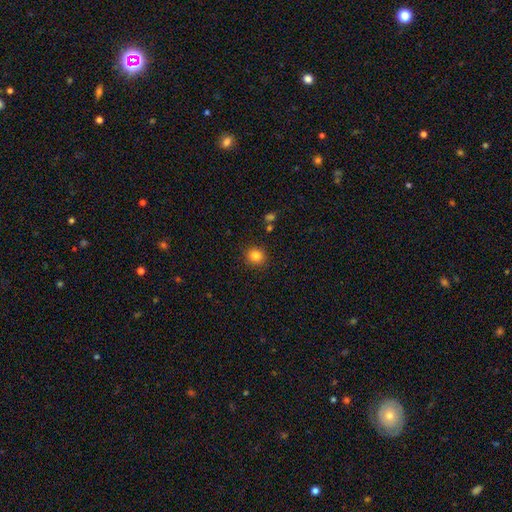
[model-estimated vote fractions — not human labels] Overall: smooth (83%). How rounded: round (88%). Merging: none (90%).